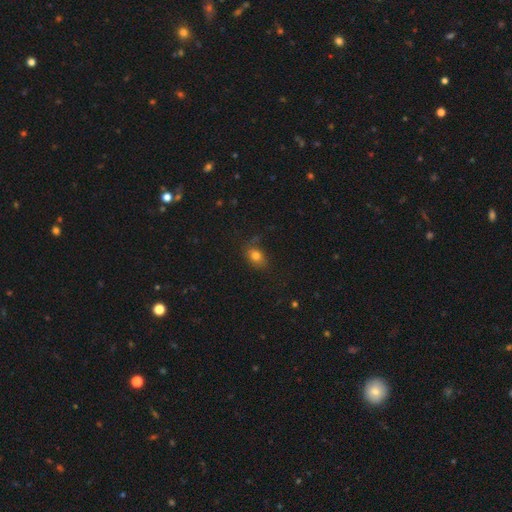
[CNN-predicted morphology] type=smooth (79%); roundness=in between (71%); merging=none (71%).